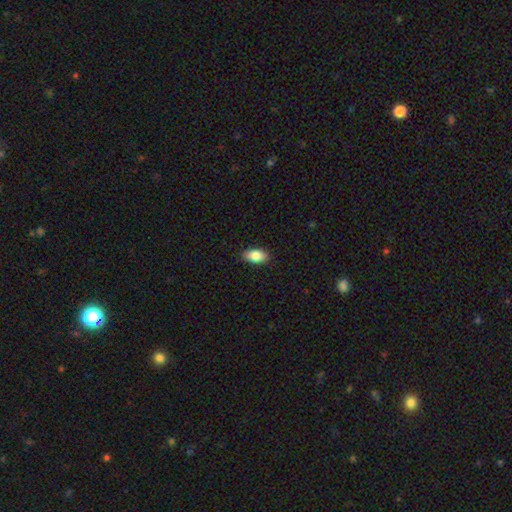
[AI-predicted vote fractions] This is clearly a smooth galaxy (86%). How rounded: clearly in between (92%). Merging: clearly none (88%).